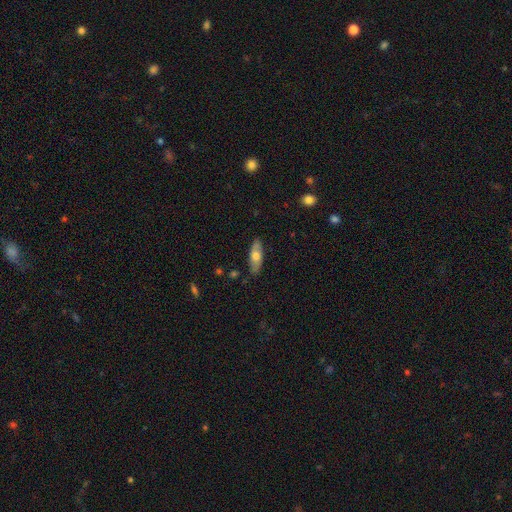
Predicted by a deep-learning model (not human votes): Smooth or featured? Predicted: smooth (p=0.58). How rounded? Predicted: in between (p=0.68). Merging? Predicted: none (p=0.84).